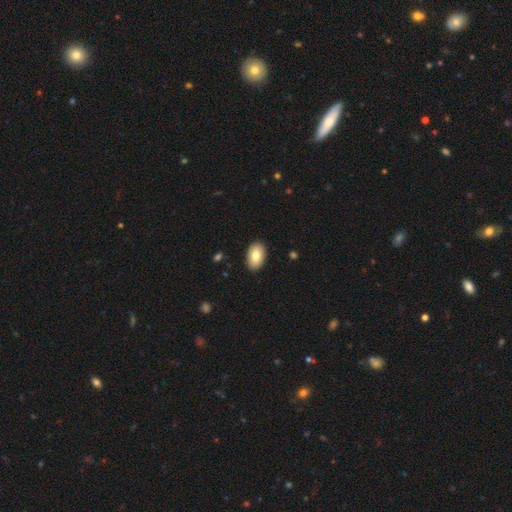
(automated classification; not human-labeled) smooth 83%, featured or disk 10%, star or artifact 6%. Down the decision tree: how rounded — in between (94%); merging — none (90%).